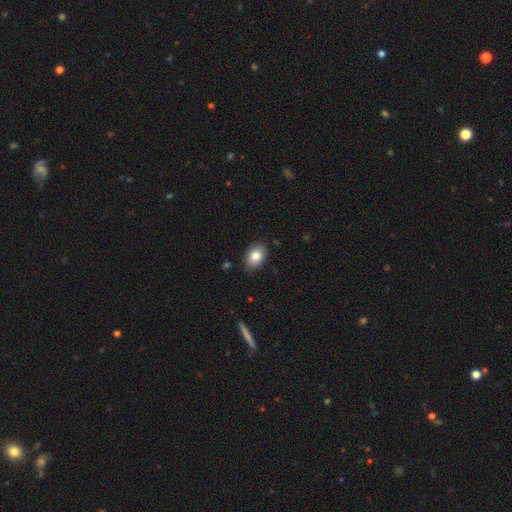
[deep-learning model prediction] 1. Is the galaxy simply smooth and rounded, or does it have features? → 82% smooth, 9% featured or disk, 8% star or artifact.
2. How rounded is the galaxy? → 76% in between, 23% round, 1% cigar-shaped.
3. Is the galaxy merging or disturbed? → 86% none, 10% minor disturbance, 2% major disturbance, 1% merger.